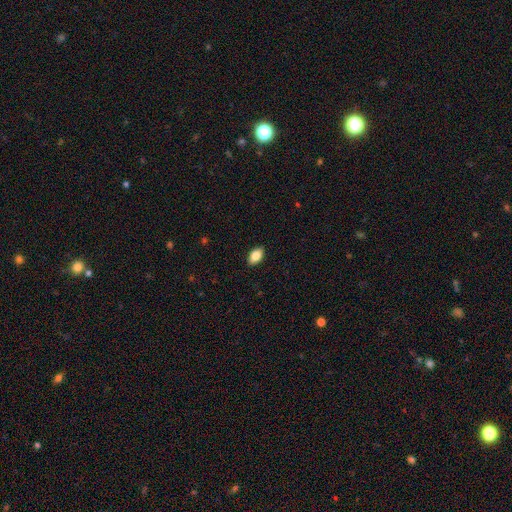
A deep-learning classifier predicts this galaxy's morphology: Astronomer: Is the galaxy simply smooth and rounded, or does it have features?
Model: smooth — 84%.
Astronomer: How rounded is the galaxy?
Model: in between — 92%.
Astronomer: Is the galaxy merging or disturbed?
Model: none — 89%.